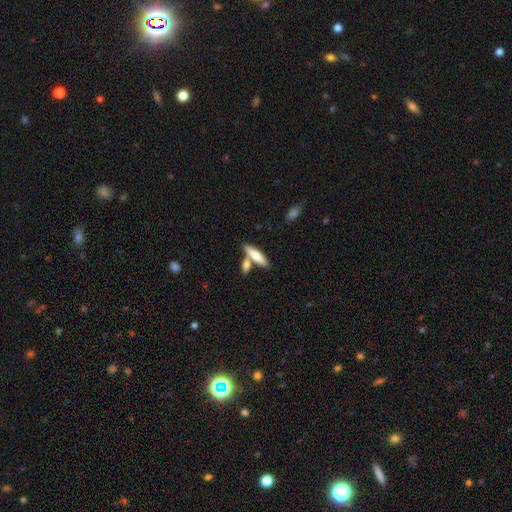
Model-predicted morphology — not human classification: A smooth galaxy with no disk features (66%) that is cigar-shaped (67%). Merging: none (58%).